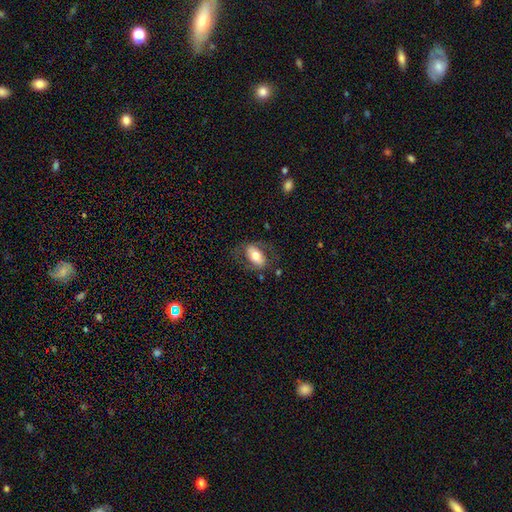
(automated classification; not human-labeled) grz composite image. It shows a smooth galaxy with no disk features (61%) that is in between round and cigar-shaped (91%). Merging: none (65%).